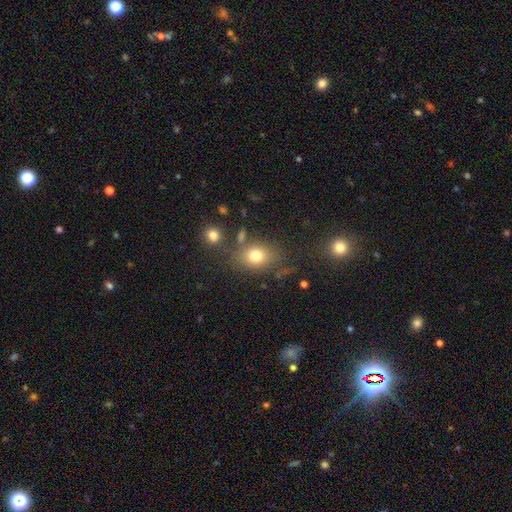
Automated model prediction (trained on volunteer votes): This is likely a smooth galaxy (76%). How rounded: possibly in between (58%). Merging: likely none (69%).